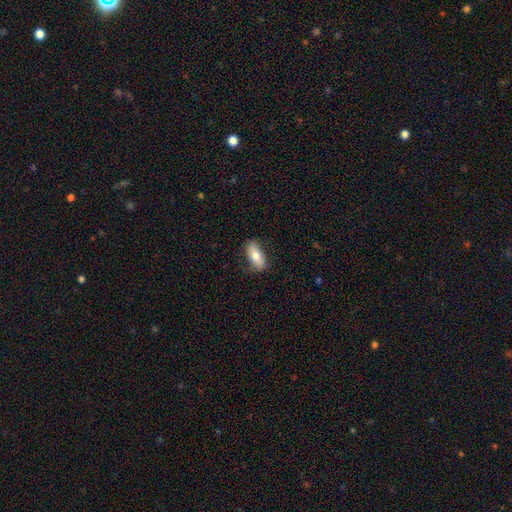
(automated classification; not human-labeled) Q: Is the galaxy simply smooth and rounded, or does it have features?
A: smooth — 76%.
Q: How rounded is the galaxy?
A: in between — 82%.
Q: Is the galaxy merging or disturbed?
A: none — 80%.